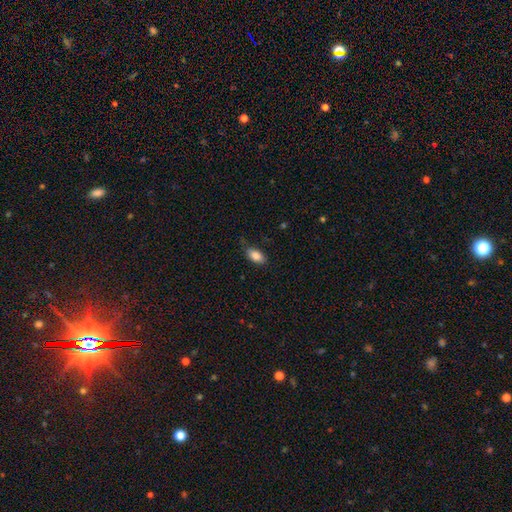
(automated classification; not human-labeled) Overall: smooth (85%). How rounded: in between (91%). Merging: none (76%).